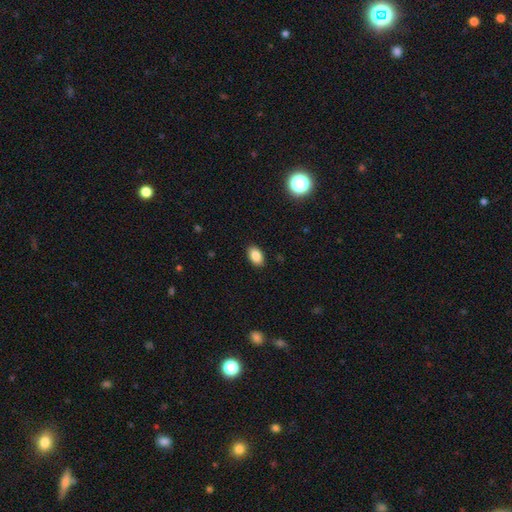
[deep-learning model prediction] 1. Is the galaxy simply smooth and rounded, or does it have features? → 87% smooth, 9% star or artifact, 5% featured or disk.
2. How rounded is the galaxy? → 90% in between, 9% round, 1% cigar-shaped.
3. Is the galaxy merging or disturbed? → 89% none, 8% minor disturbance, 2% major disturbance, 1% merger.